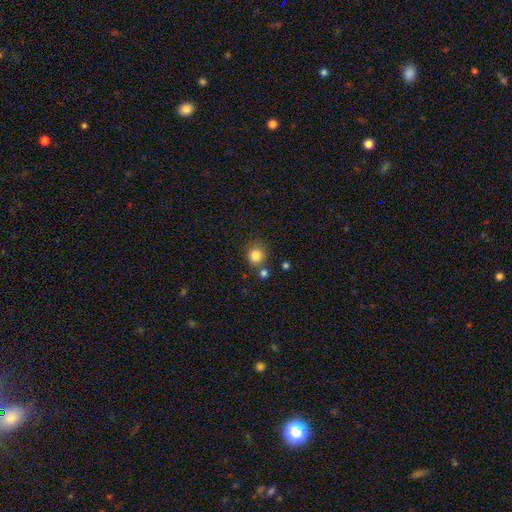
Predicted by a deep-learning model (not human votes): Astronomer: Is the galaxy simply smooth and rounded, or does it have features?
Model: smooth — 84%.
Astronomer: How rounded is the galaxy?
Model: round — 90%.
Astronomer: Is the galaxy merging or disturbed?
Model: none — 73%.